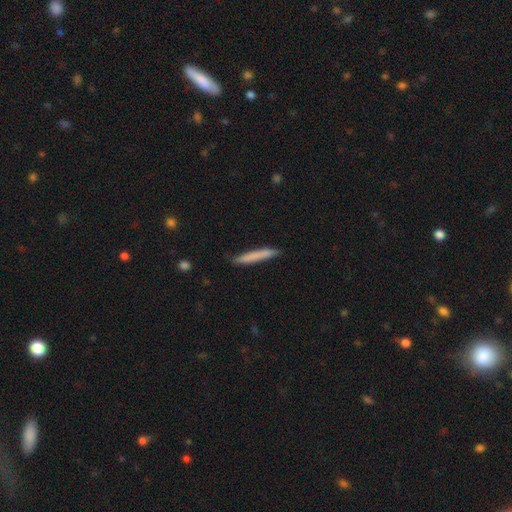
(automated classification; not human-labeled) Smooth or featured? smooth (75%)
How rounded? cigar-shaped (96%)
Merging? none (85%)